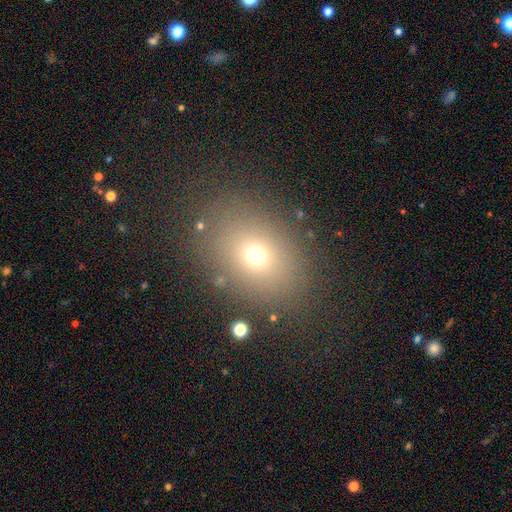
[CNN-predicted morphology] The model was most divided on "how rounded": in between: 60%, round: 38%, cigar-shaped: 1%. More confident: merging — none (81%); smooth or featured — smooth (67%).